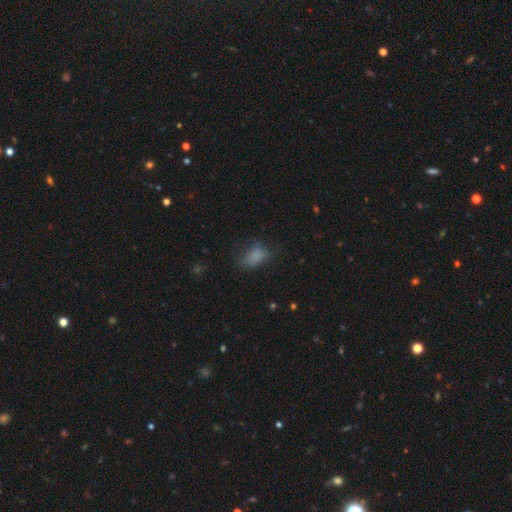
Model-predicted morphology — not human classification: smooth 75%, star or artifact 14%, featured or disk 11%. Down the decision tree: how rounded — in between (86%); merging — none (50%).